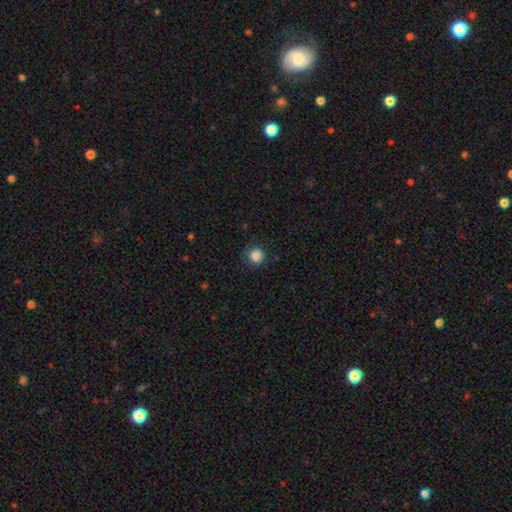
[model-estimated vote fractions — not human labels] Overall: smooth (86%). How rounded: round (94%). Merging: none (85%).